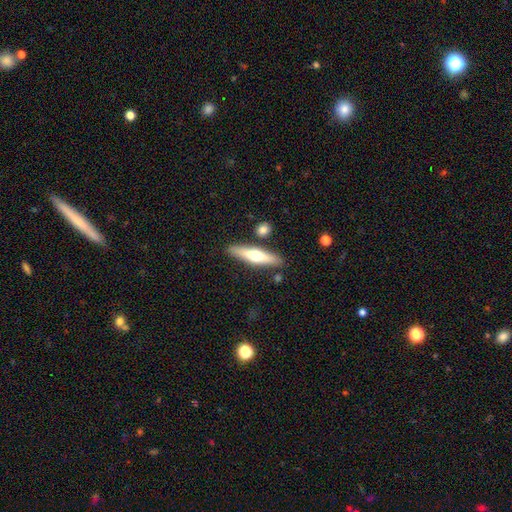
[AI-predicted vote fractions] Smooth or featured? smooth (49%)
Merging? none (84%)